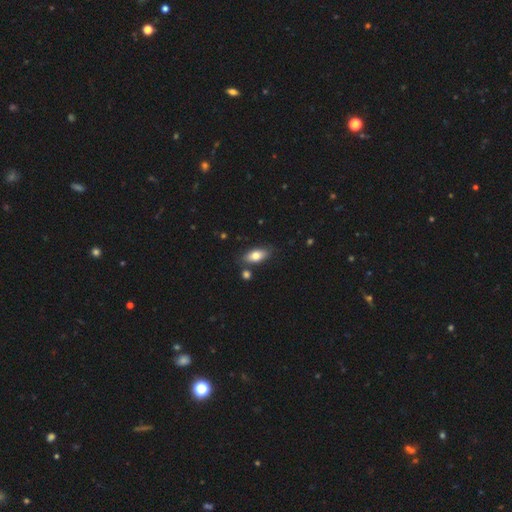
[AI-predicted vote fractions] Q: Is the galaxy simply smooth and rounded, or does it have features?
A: smooth — 76%.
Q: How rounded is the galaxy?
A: in between — 86%.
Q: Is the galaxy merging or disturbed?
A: none — 79%.